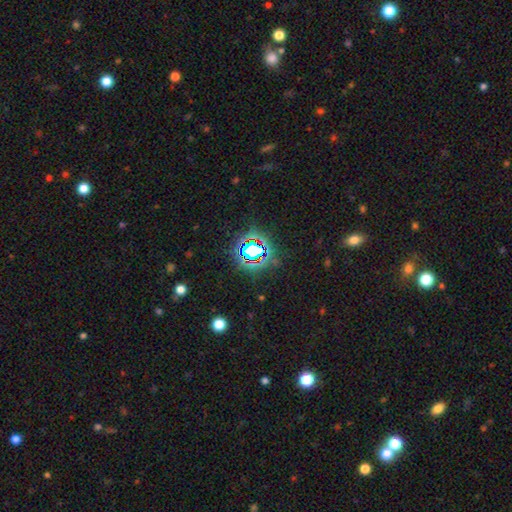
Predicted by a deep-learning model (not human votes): star or artifact 76%, smooth 15%, featured or disk 9%.